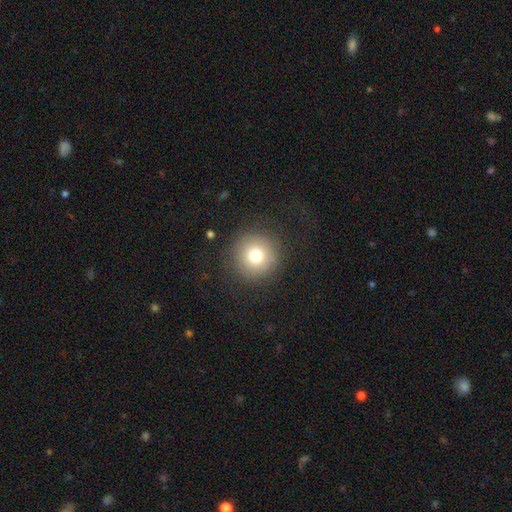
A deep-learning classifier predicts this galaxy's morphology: smooth 77%, star or artifact 12%, featured or disk 11%. Down the decision tree: how rounded — round (95%); merging — none (88%).